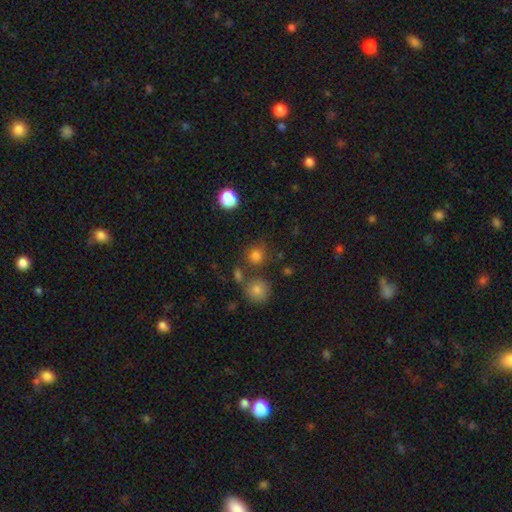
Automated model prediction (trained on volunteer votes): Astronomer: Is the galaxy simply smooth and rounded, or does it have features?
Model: smooth — 80%.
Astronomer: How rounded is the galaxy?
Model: round — 88%.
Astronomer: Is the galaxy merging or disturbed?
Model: none — 71%.